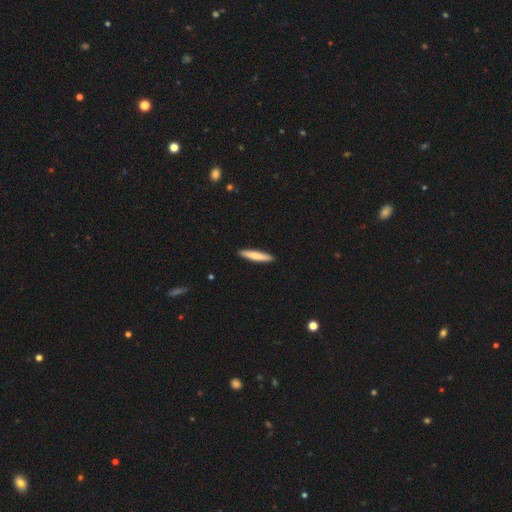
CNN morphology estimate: This is likely a smooth galaxy (73%). How rounded: clearly cigar-shaped (91%). Merging: clearly none (92%).